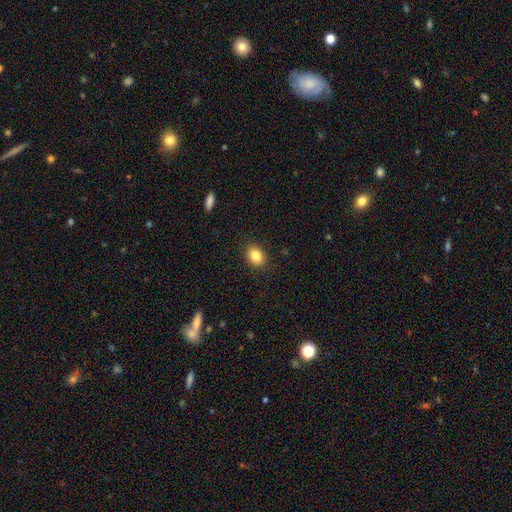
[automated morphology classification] Smooth or featured?
  - smooth: 85% *
  - star or artifact: 9%
  - featured or disk: 6%
How rounded?
  - in between: 69% *
  - round: 30%
  - cigar-shaped: 1%
Merging?
  - none: 89% *
  - minor disturbance: 8%
  - major disturbance: 2%
  - merger: 1%